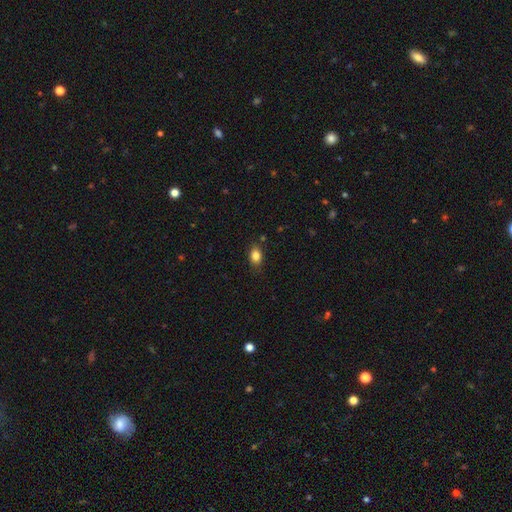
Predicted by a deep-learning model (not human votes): A smooth galaxy with no disk features (85%) that is in between round and cigar-shaped (79%).

Vote fractions:
- Smooth or featured? smooth: 85% / star or artifact: 9% / featured or disk: 6%
- How rounded? in between: 79% / round: 19% / cigar-shaped: 2%
- Merging? none: 81% / minor disturbance: 14% / major disturbance: 3% / merger: 2%